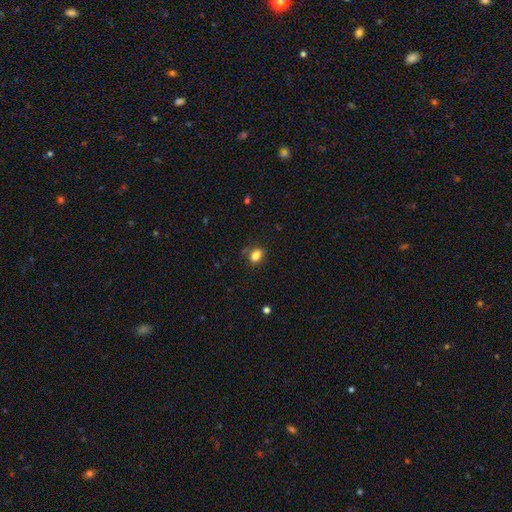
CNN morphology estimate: This appears to be a smooth galaxy with no disk features (82%) that is in between round and cigar-shaped (67%). Merging: none (73%).